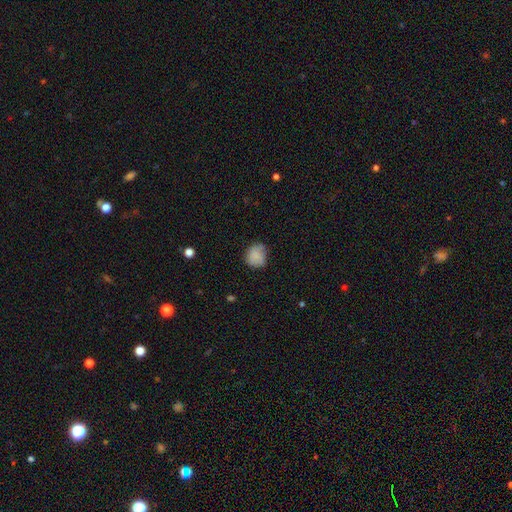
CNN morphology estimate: smooth-or-featured: smooth: 81% | featured or disk: 10% | star or artifact: 9%
  how-rounded: round: 72% | in between: 27% | cigar-shaped: 1%
  merging: none: 61% | minor disturbance: 30% | major disturbance: 7% | merger: 2%